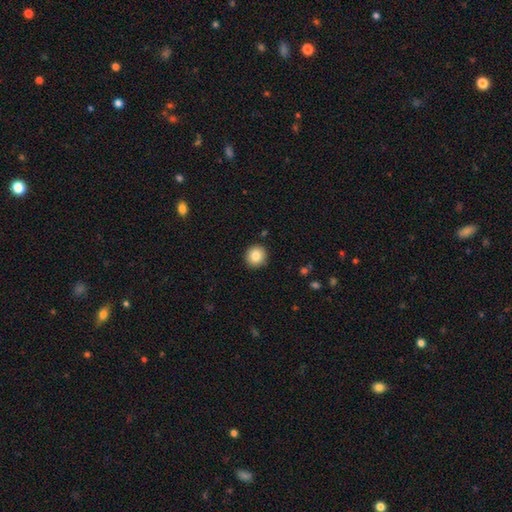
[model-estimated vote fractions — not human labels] Smooth or featured: smooth — 84% (star or artifact — 9%)
How rounded: round — 90% (in between — 9%)
Merging: none — 91% (minor disturbance — 6%)